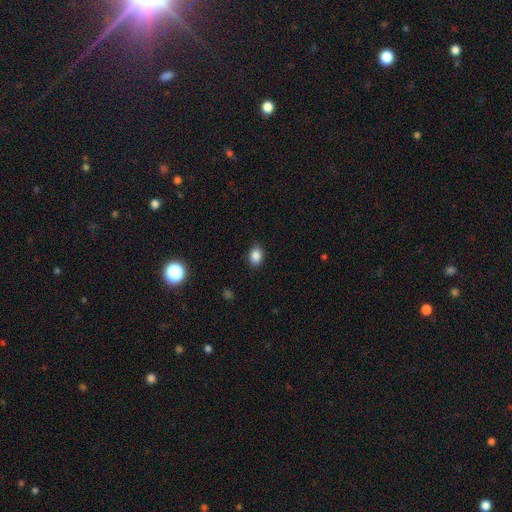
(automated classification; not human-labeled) Morphology: type=smooth (87%); roundness=in between (75%); merging=none (86%).